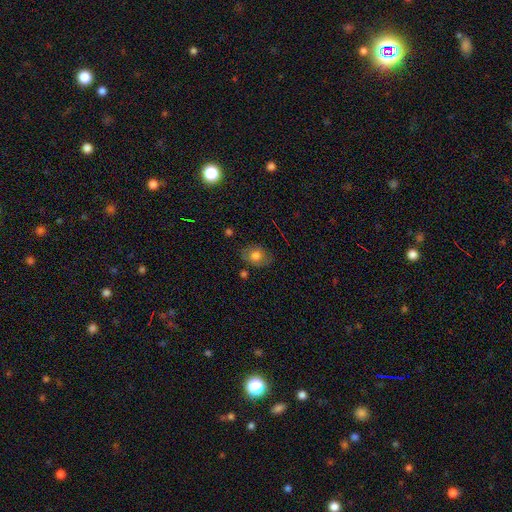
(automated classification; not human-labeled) Overall: smooth (68%). How rounded: in between (63%; round 35%). Merging: none (77%).